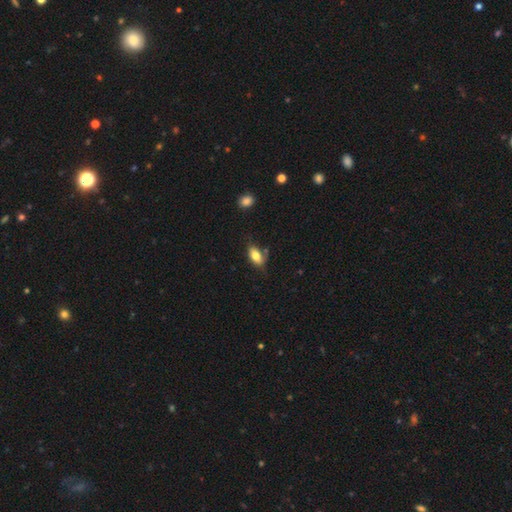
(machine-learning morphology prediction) A smooth galaxy with no disk features (78%) that is in between round and cigar-shaped (89%).

Vote fractions:
- Smooth or featured? smooth: 78% / featured or disk: 15% / star or artifact: 7%
- How rounded? in between: 89% / cigar-shaped: 6% / round: 5%
- Merging? none: 62% / minor disturbance: 25% / major disturbance: 6% / merger: 6%